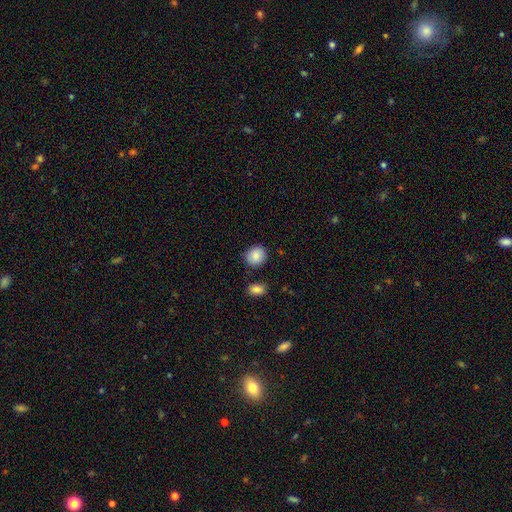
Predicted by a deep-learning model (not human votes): Q: Smooth or featured?
A: smooth (88%); runner-up: star or artifact (7%)
Q: How rounded?
A: round (78%); runner-up: in between (21%)
Q: Merging?
A: none (82%); runner-up: minor disturbance (12%)